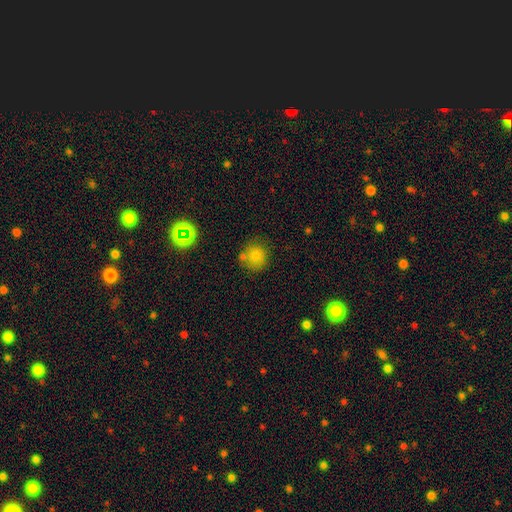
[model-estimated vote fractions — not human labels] Q: Smooth or featured?
A: smooth (77%); runner-up: star or artifact (14%)
Q: How rounded?
A: round (89%); runner-up: in between (10%)
Q: Merging?
A: none (68%); runner-up: merger (14%)